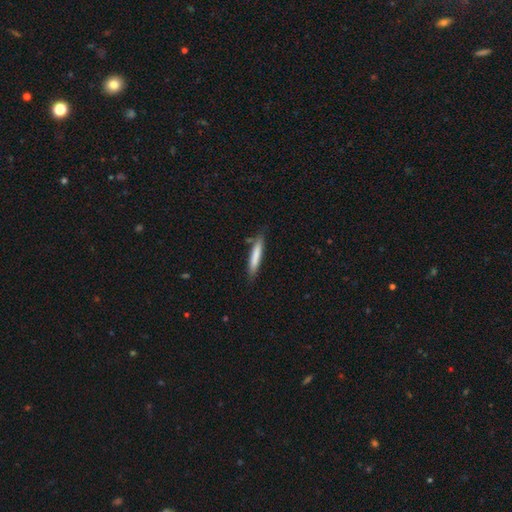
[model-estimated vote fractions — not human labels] smooth-or-featured: smooth: 76% | featured or disk: 18% | star or artifact: 6%
  how-rounded: cigar-shaped: 92% | in between: 7% | round: 1%
  merging: none: 81% | minor disturbance: 13% | merger: 3% | major disturbance: 2%